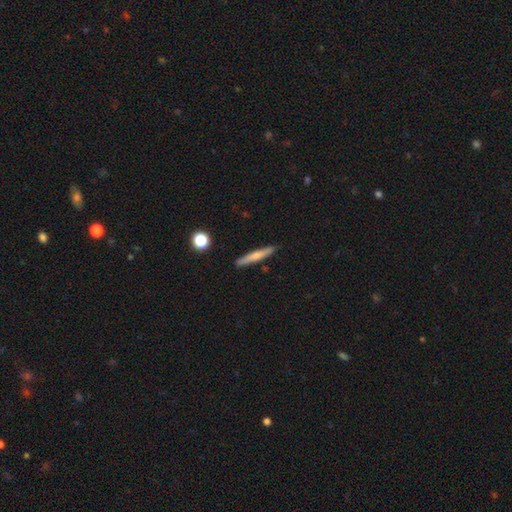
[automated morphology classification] Overall: smooth (61%; featured or disk 32%). How rounded: cigar-shaped (94%). Merging: none (89%).